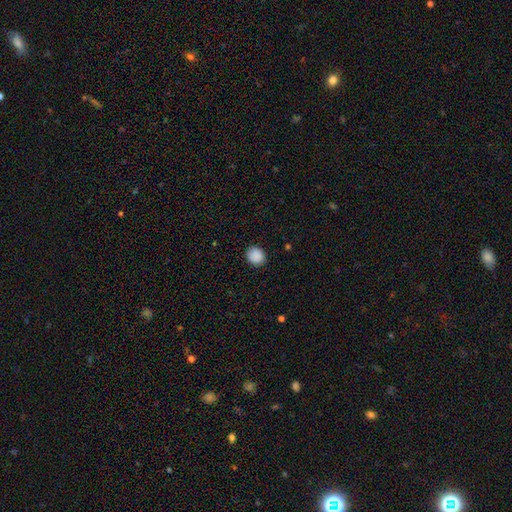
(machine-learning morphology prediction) smooth-or-featured: smooth: 89% | star or artifact: 8% | featured or disk: 3%
  how-rounded: round: 74% | in between: 25% | cigar-shaped: 1%
  merging: none: 89% | minor disturbance: 8% | major disturbance: 2% | merger: 1%